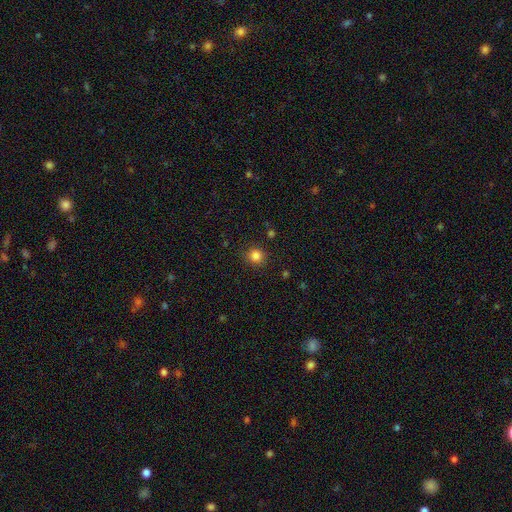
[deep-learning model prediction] Smooth or featured?
  - smooth: 84% *
  - star or artifact: 12%
  - featured or disk: 4%
How rounded?
  - round: 90% *
  - in between: 9%
  - cigar-shaped: 1%
Merging?
  - none: 88% *
  - minor disturbance: 8%
  - major disturbance: 3%
  - merger: 2%